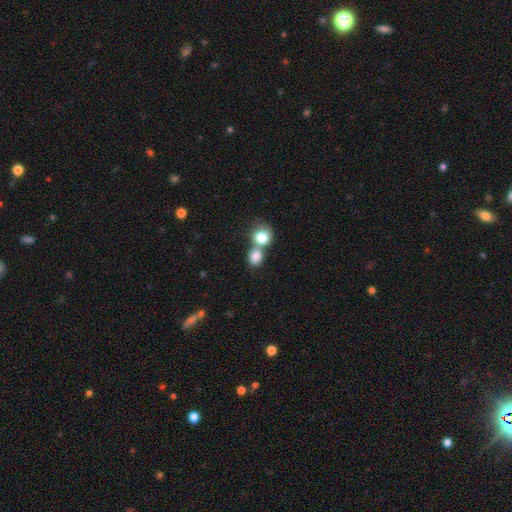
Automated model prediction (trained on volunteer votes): Smooth or featured: smooth — 82% (star or artifact — 9%)
How rounded: round — 68% (in between — 31%)
Merging: merger — 57% (none — 34%)